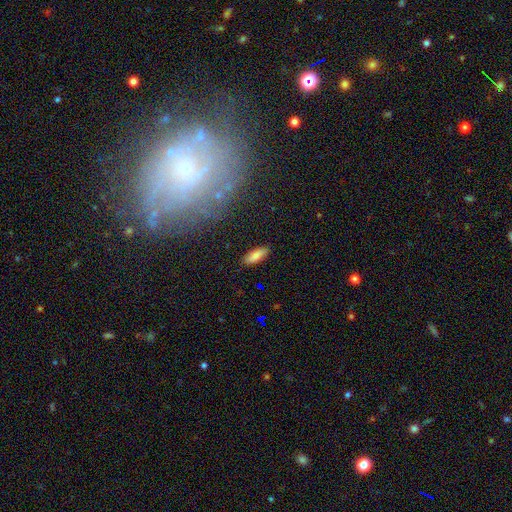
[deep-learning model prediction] Smooth or featured: smooth — 82% (featured or disk — 10%)
How rounded: in between — 70% (cigar-shaped — 28%)
Merging: none — 87% (minor disturbance — 9%)